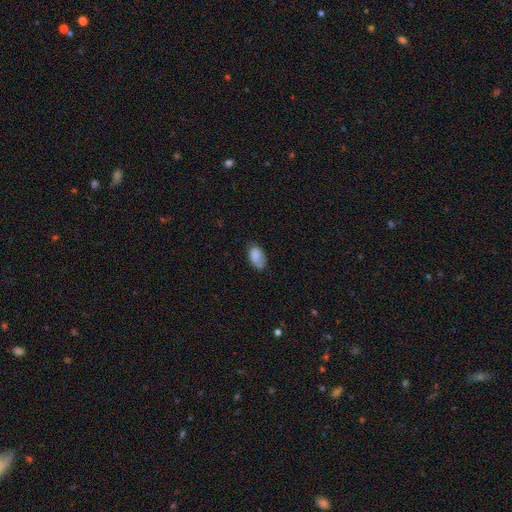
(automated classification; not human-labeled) Morphology: type=smooth (80%); roundness=in between (92%); merging=none (55%).